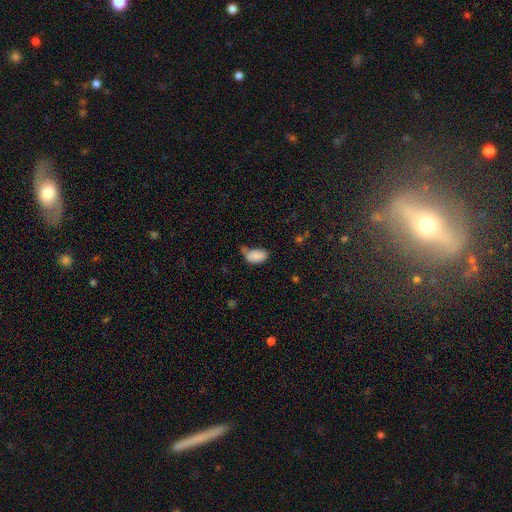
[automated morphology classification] smooth 85%, star or artifact 9%, featured or disk 7%. Down the decision tree: how rounded — in between (93%); merging — none (41%).